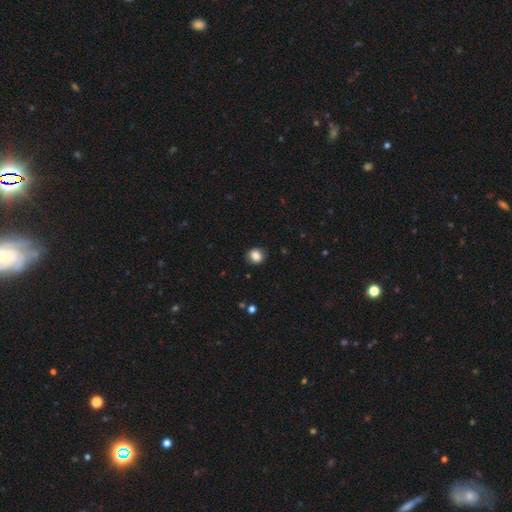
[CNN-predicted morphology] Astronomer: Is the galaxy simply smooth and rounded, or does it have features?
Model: smooth — 83%.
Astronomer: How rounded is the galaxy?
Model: round — 71%.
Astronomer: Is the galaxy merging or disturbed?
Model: none — 86%.